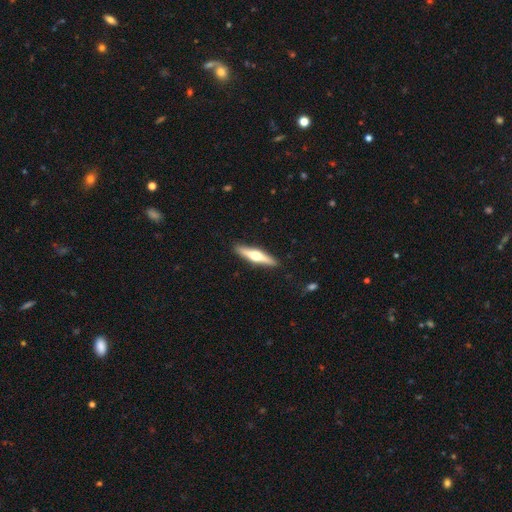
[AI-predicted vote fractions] Smooth or featured: featured or disk — 59% (smooth — 36%)
Edge-on disk: yes — 96% (no — 4%)
Edge-on bulge: rounded — 94% (boxy — 3%)
Merging: none — 90% (minor disturbance — 7%)